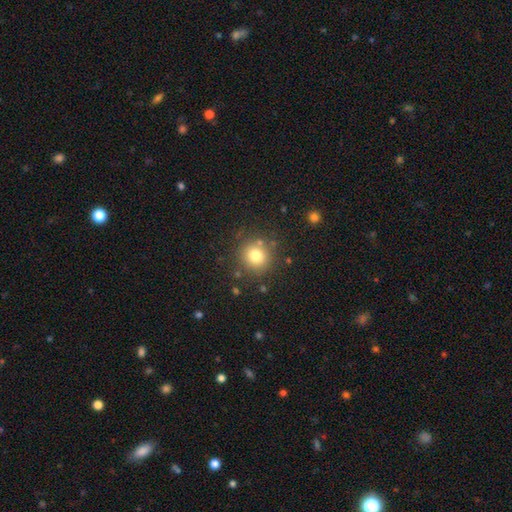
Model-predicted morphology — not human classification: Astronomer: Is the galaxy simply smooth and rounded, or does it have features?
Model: smooth — 77%.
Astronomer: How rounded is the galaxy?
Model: round — 92%.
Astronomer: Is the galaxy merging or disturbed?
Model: none — 82%.